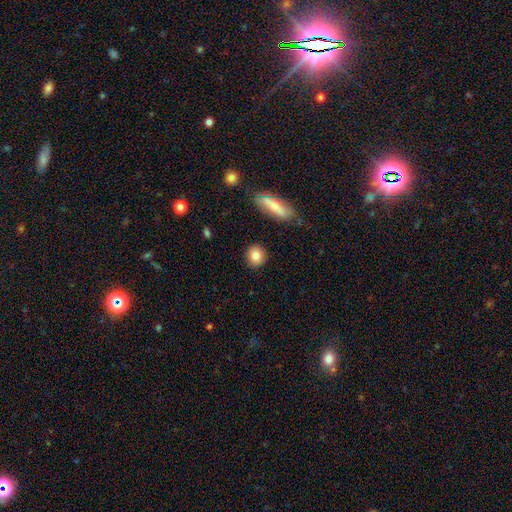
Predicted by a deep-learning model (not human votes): This appears to be a smooth galaxy with no disk features (84%) that is round (85%). Merging: none (90%).